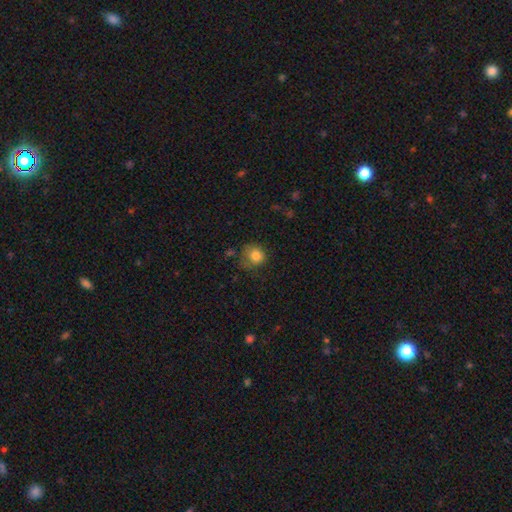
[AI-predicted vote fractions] The model was most divided on "merging": none: 57%, minor disturbance: 27%, major disturbance: 12%, merger: 3%. More confident: how rounded — round (81%); smooth or featured — smooth (81%).